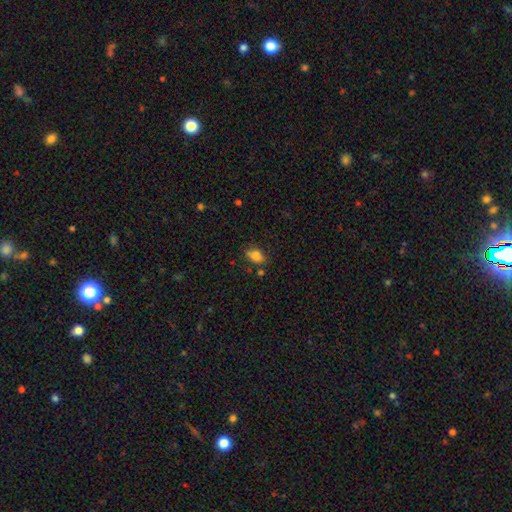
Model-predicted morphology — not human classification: Overall: smooth (79%). How rounded: in between (76%). Merging: none (63%; minor disturbance 23%).